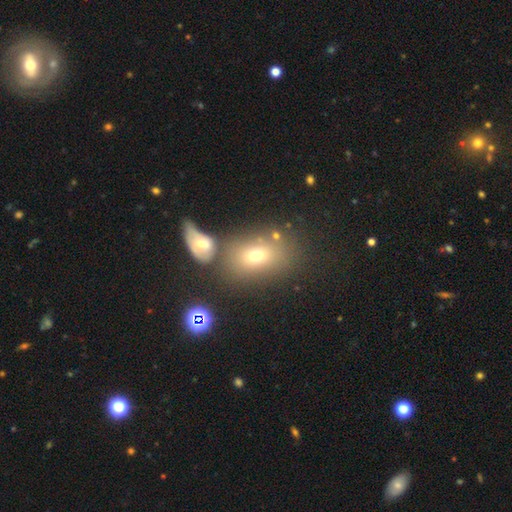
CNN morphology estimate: Q: Smooth or featured?
A: smooth (64%); runner-up: featured or disk (21%)
Q: How rounded?
A: in between (73%); runner-up: round (25%)
Q: Merging?
A: none (52%); runner-up: merger (23%)